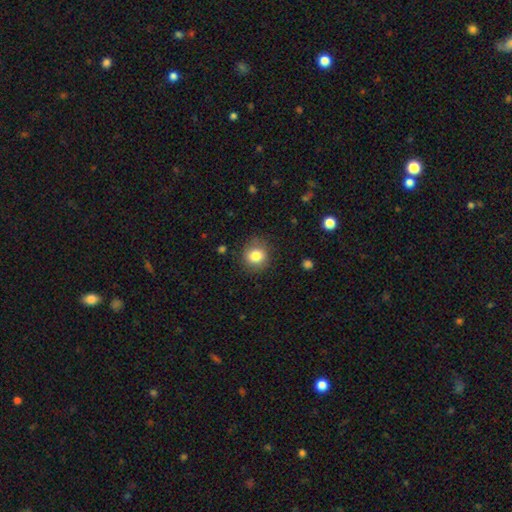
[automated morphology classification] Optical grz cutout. It shows a smooth galaxy with no disk features (82%) that is round (87%). Merging: none (84%).